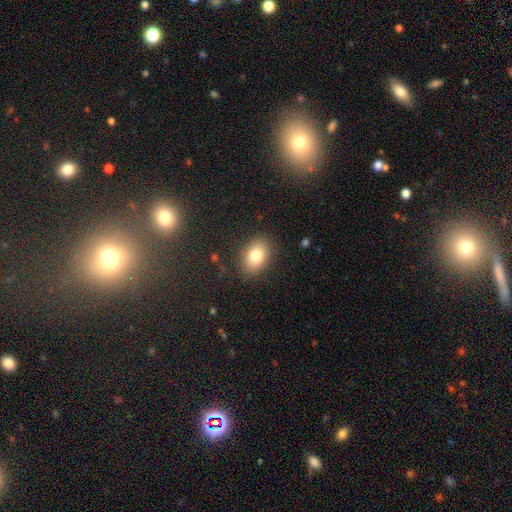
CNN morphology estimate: This appears to be a smooth galaxy with no disk features (80%) that is in between round and cigar-shaped (82%). Merging: none (85%).